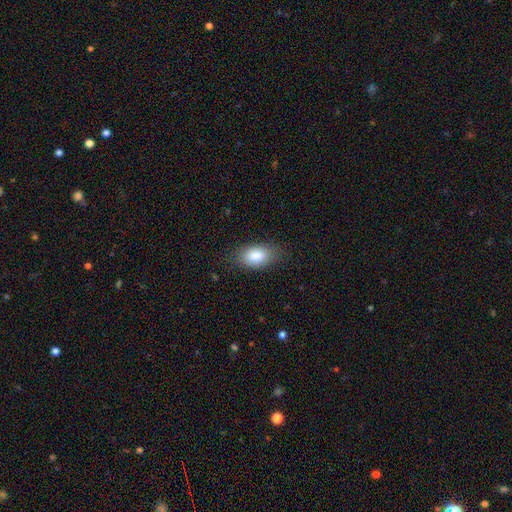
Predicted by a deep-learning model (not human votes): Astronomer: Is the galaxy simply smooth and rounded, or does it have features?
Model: smooth — 86%.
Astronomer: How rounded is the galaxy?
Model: in between — 91%.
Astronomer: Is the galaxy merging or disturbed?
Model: none — 78%.